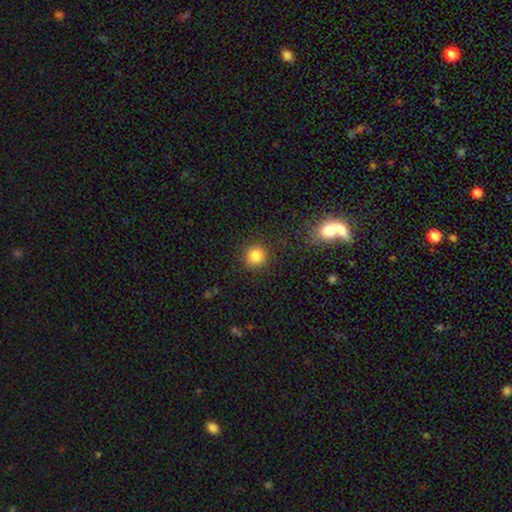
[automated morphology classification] The model was most divided on "smooth or featured": smooth: 84%, star or artifact: 12%, featured or disk: 4%. More confident: how rounded — round (91%); merging — none (89%).